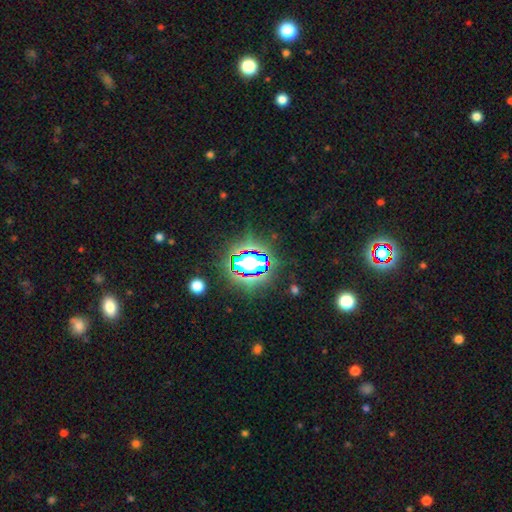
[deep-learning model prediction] This is likely a star or artifact rather than a galaxy (73%).